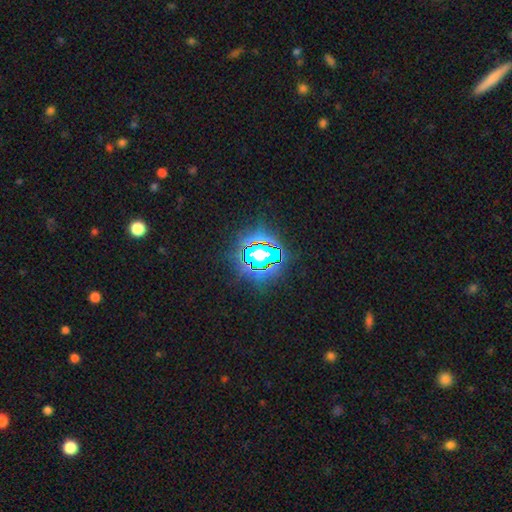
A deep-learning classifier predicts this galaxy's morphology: A star or artifact, not a galaxy (74%).

Vote fractions:
- Smooth or featured? star or artifact: 74% / smooth: 16% / featured or disk: 11%